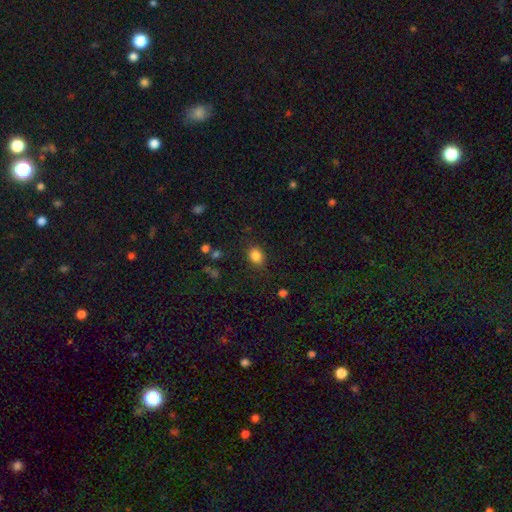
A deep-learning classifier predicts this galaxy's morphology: Smooth or featured: smooth — 85% (star or artifact — 11%)
How rounded: in between — 54% (round — 45%)
Merging: none — 82% (minor disturbance — 13%)